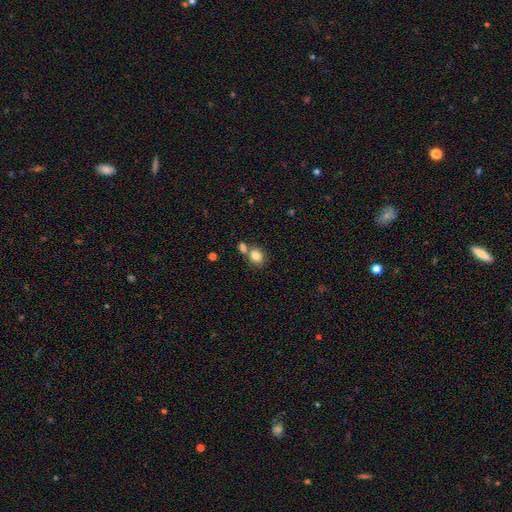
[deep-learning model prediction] A smooth galaxy with no disk features (81%) that is round (62%). Merging: none (51%).